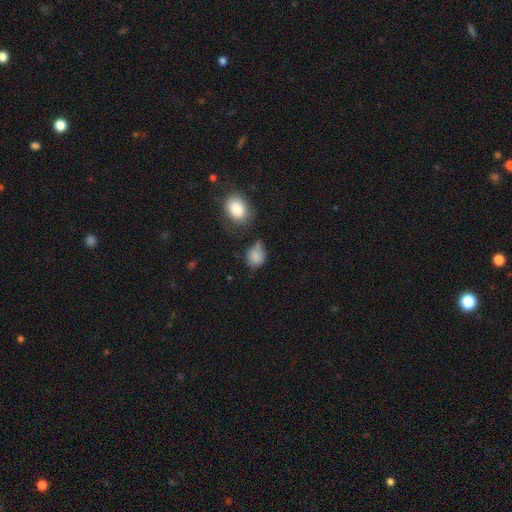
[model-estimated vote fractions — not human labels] Smooth or featured?
  - smooth: 80% *
  - star or artifact: 11%
  - featured or disk: 9%
How rounded?
  - in between: 60% *
  - round: 39%
  - cigar-shaped: 1%
Merging?
  - none: 41% *
  - minor disturbance: 35%
  - major disturbance: 14%
  - merger: 10%